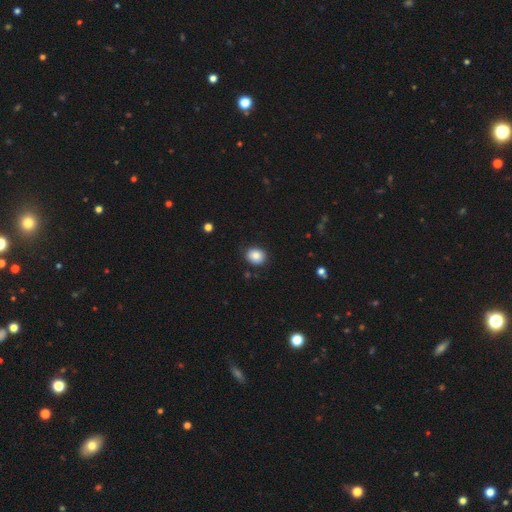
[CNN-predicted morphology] smooth-or-featured: smooth: 86% | star or artifact: 9% | featured or disk: 5%
  how-rounded: round: 58% | in between: 41% | cigar-shaped: 1%
  merging: none: 86% | minor disturbance: 10% | major disturbance: 2% | merger: 1%